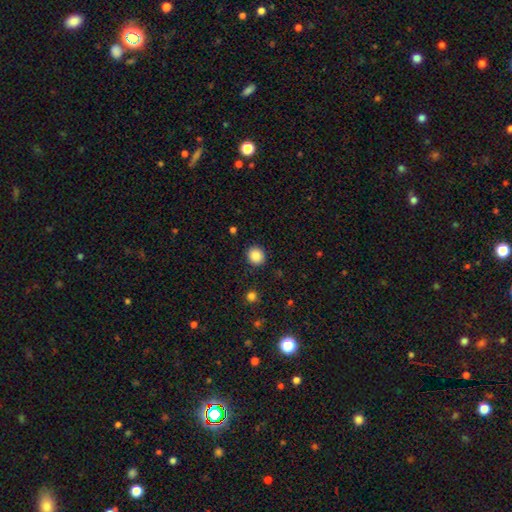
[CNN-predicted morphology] Smooth or featured? smooth (87%)
How rounded? round (86%)
Merging? none (91%)